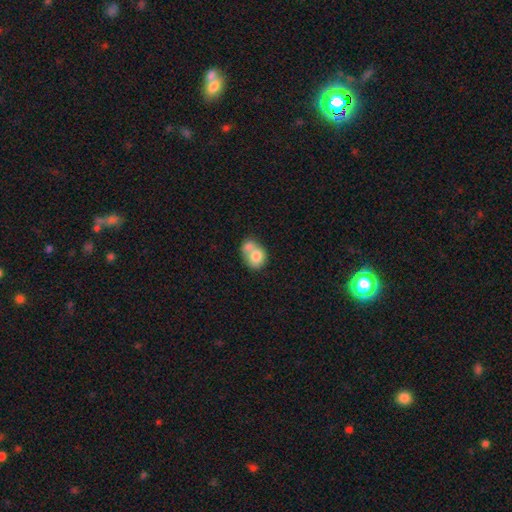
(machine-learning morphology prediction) Smooth or featured? Predicted: smooth (p=0.74). How rounded? Predicted: round (p=0.61). Merging? Predicted: merger (p=0.67).